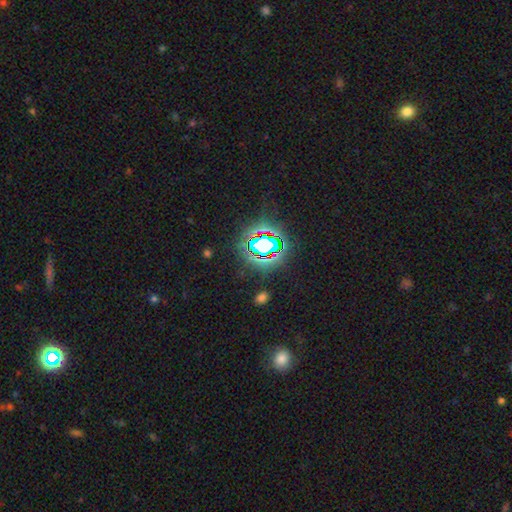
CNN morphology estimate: type=star or artifact (79%).